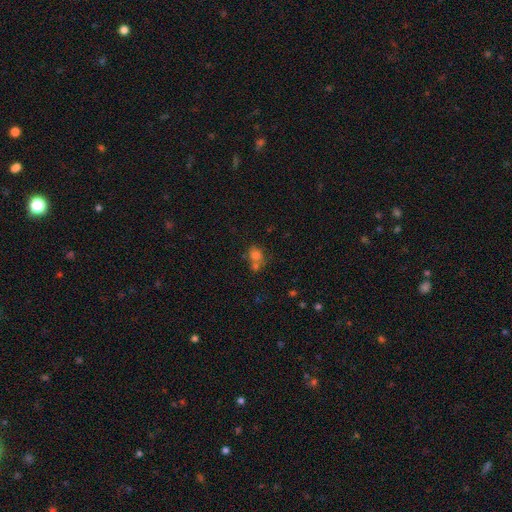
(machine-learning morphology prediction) Q: Smooth or featured?
A: smooth (70%); runner-up: star or artifact (16%)
Q: How rounded?
A: round (70%); runner-up: in between (29%)
Q: Merging?
A: merger (43%); runner-up: none (42%)